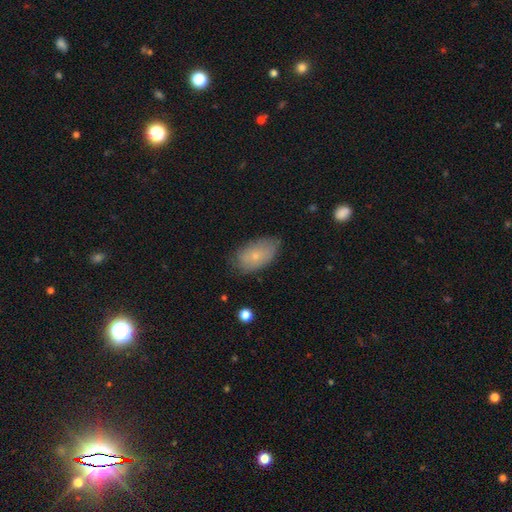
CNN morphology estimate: Smooth or featured: smooth — 70% (featured or disk — 22%)
How rounded: in between — 92% (round — 6%)
Merging: none — 70% (minor disturbance — 23%)